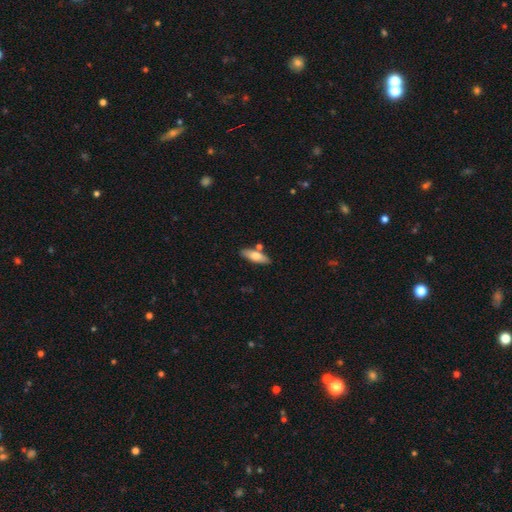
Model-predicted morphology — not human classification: type=smooth (72%); roundness=in between (59%); merging=none (76%).